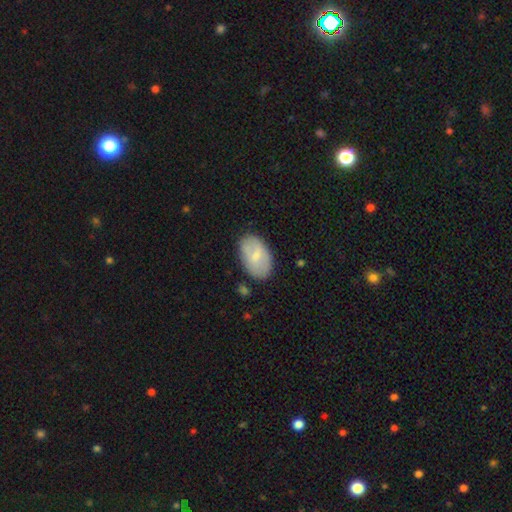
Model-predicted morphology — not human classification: Overall: smooth (67%; featured or disk 27%). How rounded: in between (92%). Merging: none (76%).